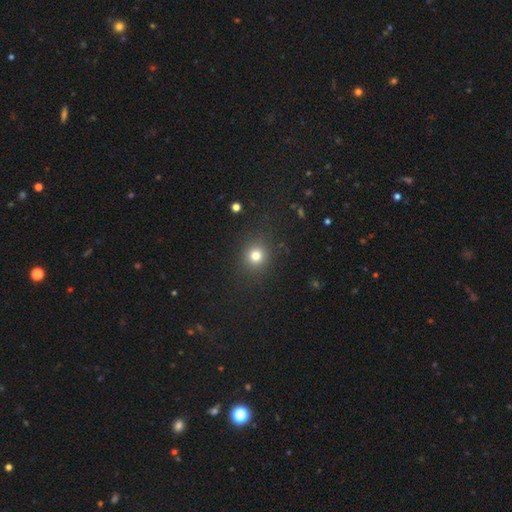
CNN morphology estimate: This appears to be a smooth galaxy with no disk features (79%) that is round (86%). Merging: none (88%).